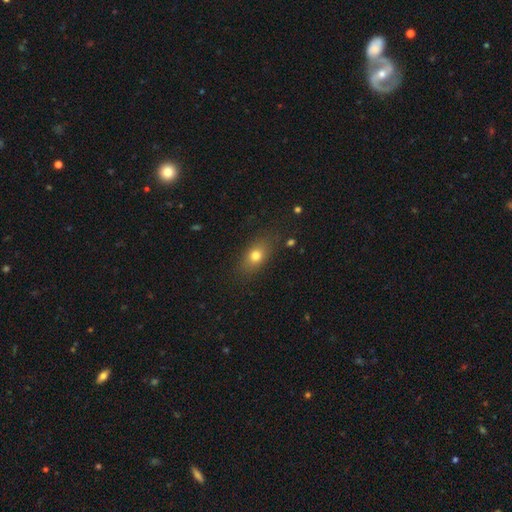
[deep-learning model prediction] A smooth galaxy with no disk features (75%) that is in between round and cigar-shaped (71%). Merging: none (81%).